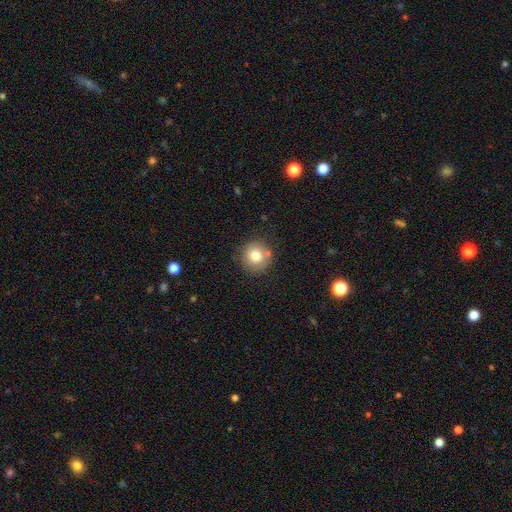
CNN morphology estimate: type=smooth (77%); roundness=round (93%); merging=none (81%).